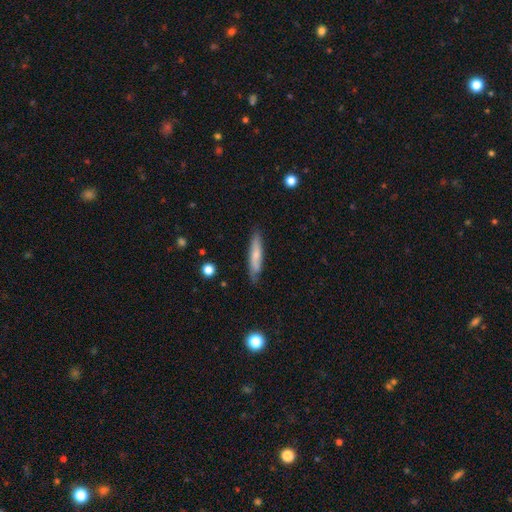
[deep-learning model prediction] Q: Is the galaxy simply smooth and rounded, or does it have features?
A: smooth — 66%.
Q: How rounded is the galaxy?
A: cigar-shaped — 86%.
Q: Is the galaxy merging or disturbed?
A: none — 83%.